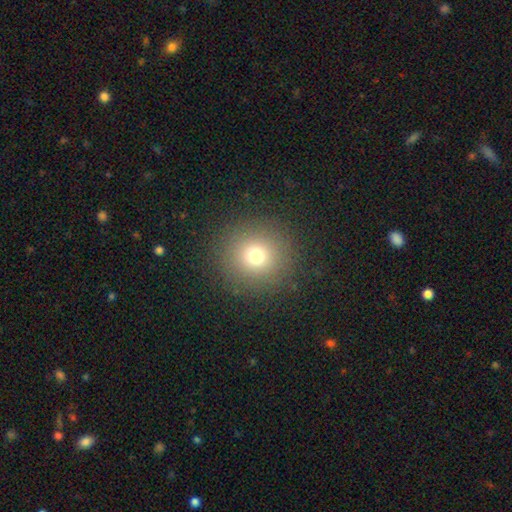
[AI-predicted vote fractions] Smooth or featured? smooth (73%)
How rounded? round (95%)
Merging? none (90%)